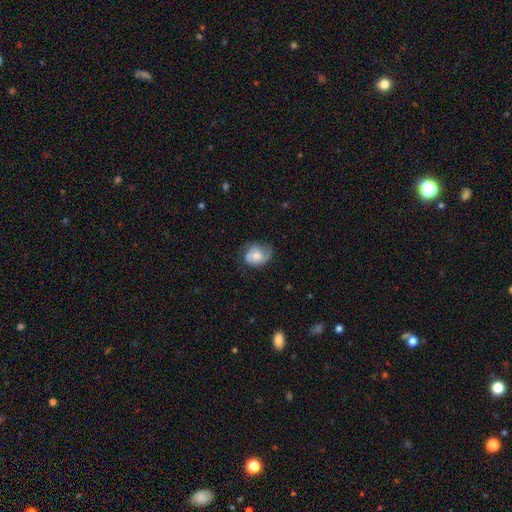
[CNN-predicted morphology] Smooth or featured?
  - featured or disk: 56% *
  - smooth: 37%
  - star or artifact: 8%
Edge-on disk?
  - no: 97% *
  - yes: 3%
Bar?
  - no: 70% *
  - weak: 25%
  - strong: 4%
Spiral arms?
  - yes: 87% *
  - no: 13%
Bulge size?
  - moderate: 57% *
  - small: 29%
  - large: 8%
  - none: 4%
  - dominant: 1%
Merging?
  - none: 59% *
  - minor disturbance: 27%
  - major disturbance: 12%
  - merger: 2%